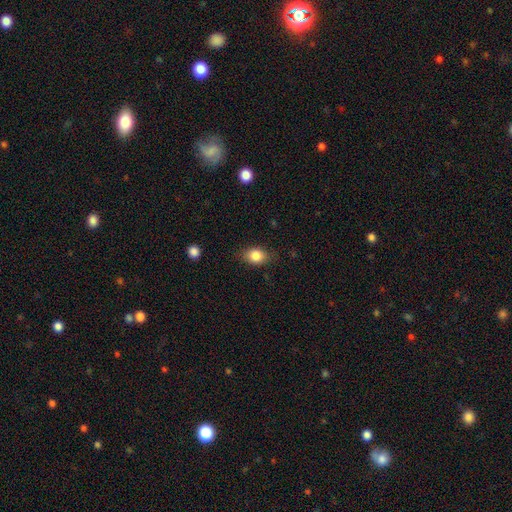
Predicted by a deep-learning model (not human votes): smooth-or-featured: smooth: 83% | star or artifact: 9% | featured or disk: 8%
  how-rounded: in between: 68% | round: 30% | cigar-shaped: 2%
  merging: none: 79% | minor disturbance: 16% | major disturbance: 4% | merger: 1%